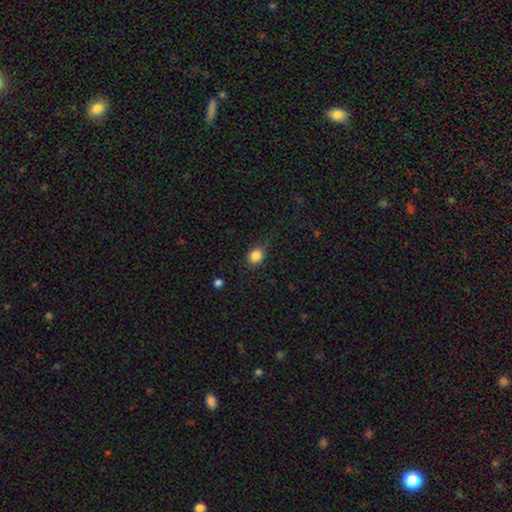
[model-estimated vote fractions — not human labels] This is clearly a smooth galaxy (85%). How rounded: likely round (66%). Merging: likely none (76%).